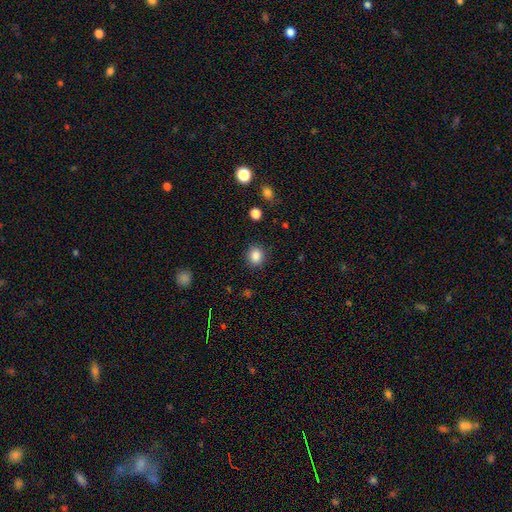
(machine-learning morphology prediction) The model was most divided on "how rounded": round: 76%, in between: 24%, cigar-shaped: 1%. More confident: merging — none (89%); smooth or featured — smooth (85%).